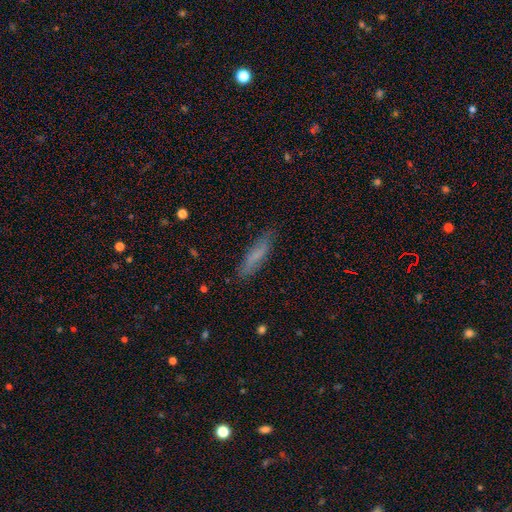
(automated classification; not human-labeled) Smooth or featured? smooth (67%)
How rounded? cigar-shaped (73%)
Merging? none (81%)